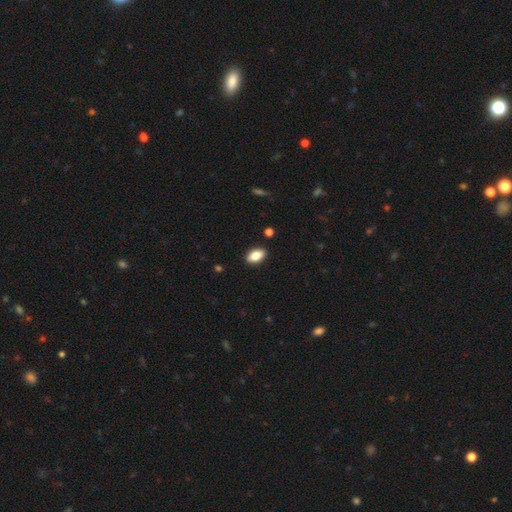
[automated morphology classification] Smooth or featured? Predicted: smooth (p=0.85). How rounded? Predicted: in between (p=0.92). Merging? Predicted: none (p=0.90).